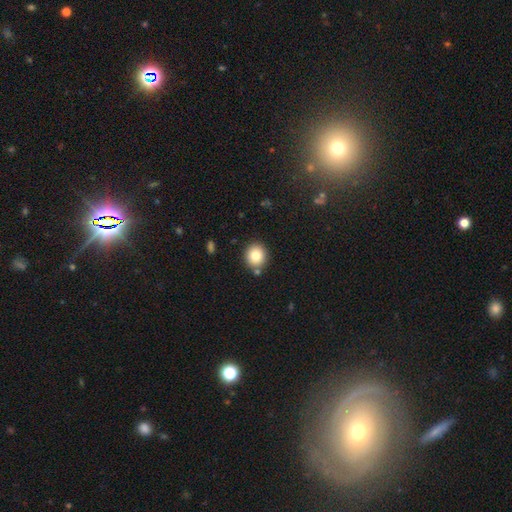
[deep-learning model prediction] smooth_or_featured: smooth (p=0.82) [alt: star or artifact p=0.10]
how_rounded: round (p=0.85) [alt: in between p=0.14]
merging: none (p=0.83) [alt: minor disturbance p=0.08]